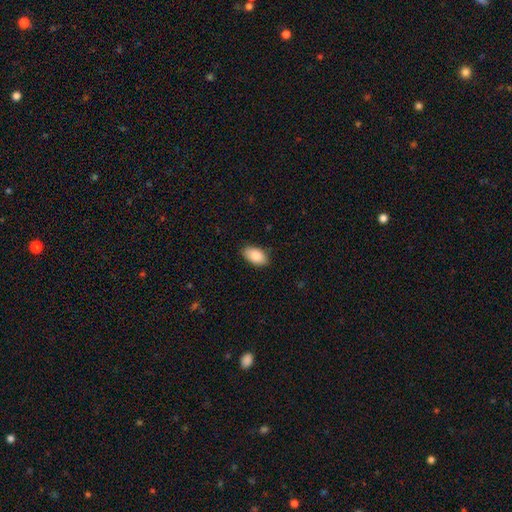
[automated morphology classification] This is clearly a smooth galaxy (89%). How rounded: clearly in between (95%). Merging: clearly none (86%).